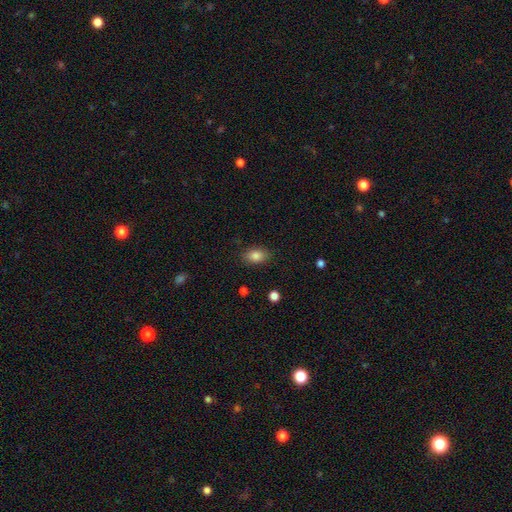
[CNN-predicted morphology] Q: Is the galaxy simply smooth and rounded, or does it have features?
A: smooth — 84%.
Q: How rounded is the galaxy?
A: in between — 85%.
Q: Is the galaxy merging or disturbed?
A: none — 86%.